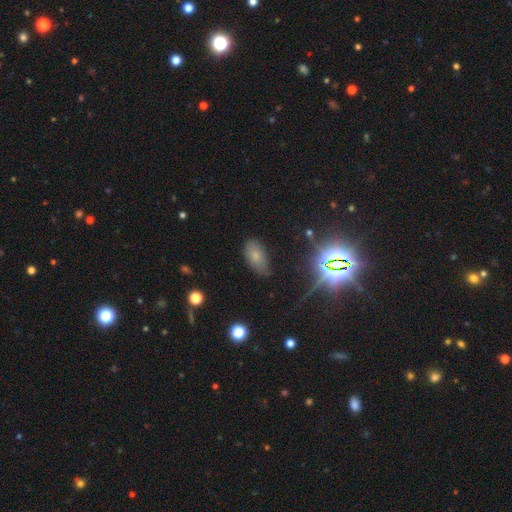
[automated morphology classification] The model was most divided on "merging": none: 67%, minor disturbance: 24%, major disturbance: 7%, merger: 2%. More confident: how rounded — in between (92%); smooth or featured — smooth (67%).